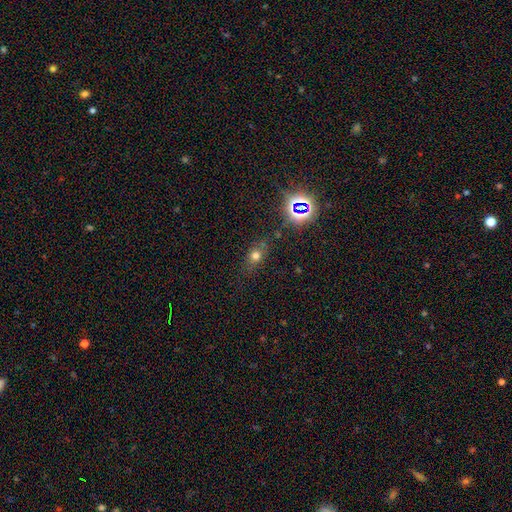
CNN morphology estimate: Smooth or featured?
  - smooth: 63% *
  - star or artifact: 24%
  - featured or disk: 13%
How rounded?
  - in between: 56% *
  - round: 39%
  - cigar-shaped: 5%
Merging?
  - none: 74% *
  - minor disturbance: 17%
  - major disturbance: 6%
  - merger: 4%